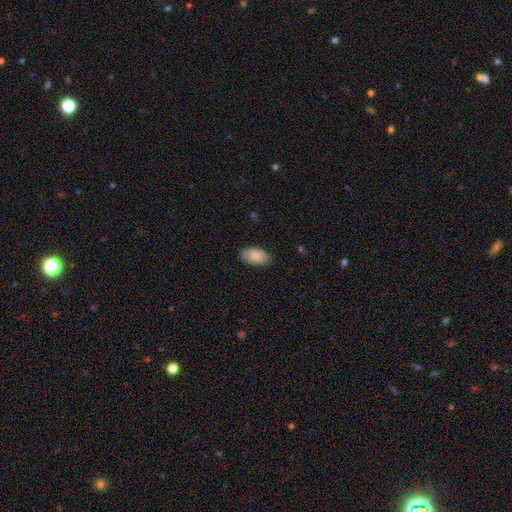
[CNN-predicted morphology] smooth_or_featured: smooth (p=0.84) [alt: featured or disk p=0.10]
how_rounded: in between (p=0.94) [alt: round p=0.04]
merging: none (p=0.83) [alt: minor disturbance p=0.14]